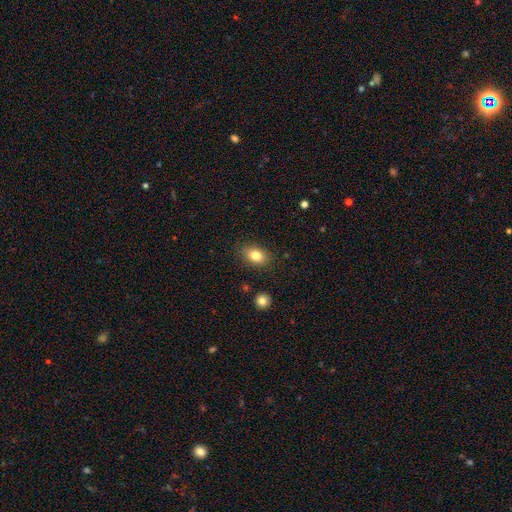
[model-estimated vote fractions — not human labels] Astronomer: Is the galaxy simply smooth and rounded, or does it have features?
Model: smooth — 81%.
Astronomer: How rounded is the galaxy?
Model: in between — 78%.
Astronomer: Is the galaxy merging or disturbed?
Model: none — 84%.